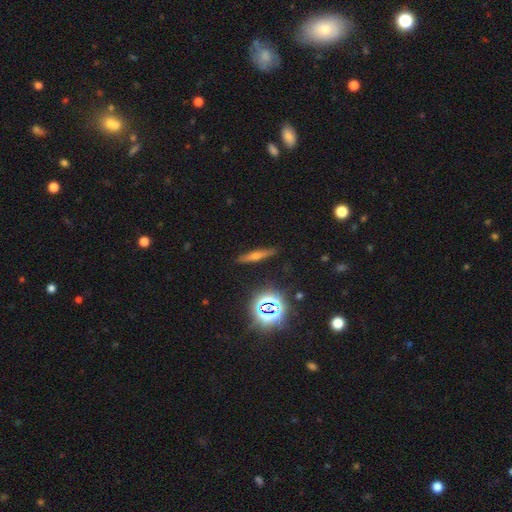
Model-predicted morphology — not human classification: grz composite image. It shows a featured or disk galaxy (45%). Merging: none (88%).